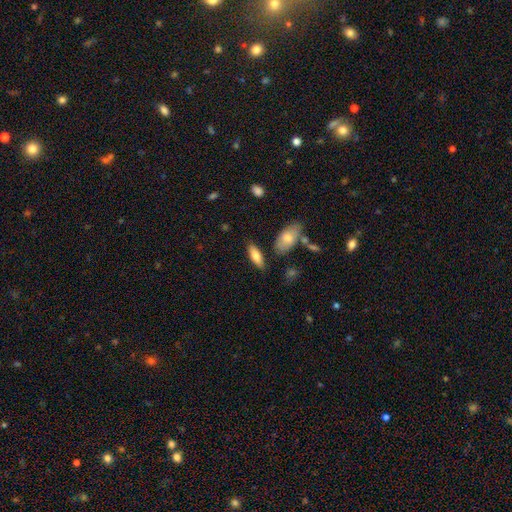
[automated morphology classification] smooth-or-featured: smooth: 77% | featured or disk: 17% | star or artifact: 6%
  how-rounded: in between: 68% | cigar-shaped: 30% | round: 2%
  merging: none: 78% | minor disturbance: 14% | merger: 5% | major disturbance: 3%